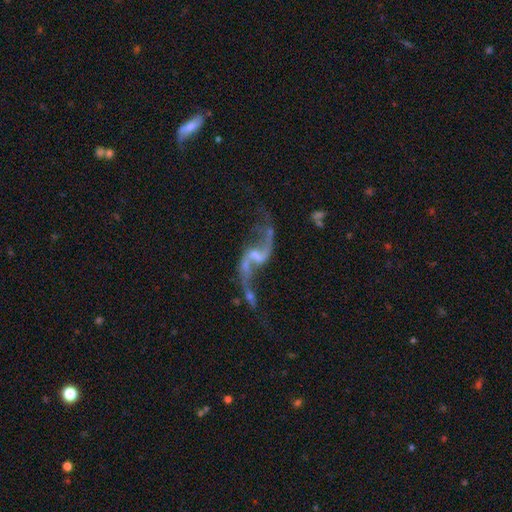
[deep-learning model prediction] smooth_or_featured: featured or disk (p=0.89) [alt: star or artifact p=0.07]
disk_edge_on: no (p=0.96) [alt: yes p=0.04]
bar: weak (p=0.49) [alt: no p=0.31]
has_spiral_arms: yes (p=0.95) [alt: no p=0.05]
spiral_winding: loose (p=0.92) [alt: medium p=0.06]
spiral_arm_count: 2 (p=0.93) [alt: 1 p=0.02]
bulge_size: small (p=0.46) [alt: none p=0.34]
merging: none (p=0.54) [alt: minor disturbance p=0.16]